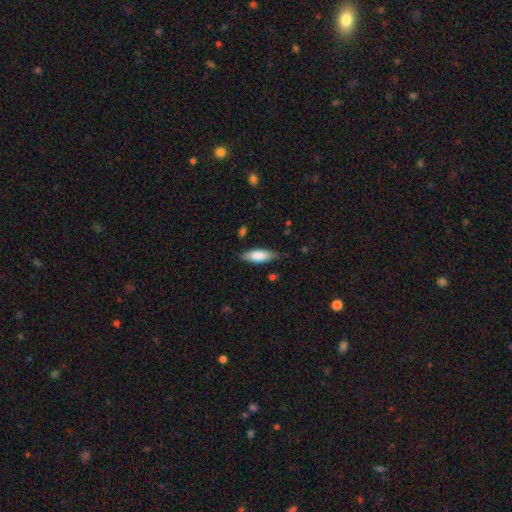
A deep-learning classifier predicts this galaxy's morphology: Smooth or featured?
  - smooth: 81% *
  - featured or disk: 13%
  - star or artifact: 6%
How rounded?
  - in between: 60% *
  - cigar-shaped: 38%
  - round: 2%
Merging?
  - none: 80% *
  - minor disturbance: 15%
  - major disturbance: 3%
  - merger: 1%